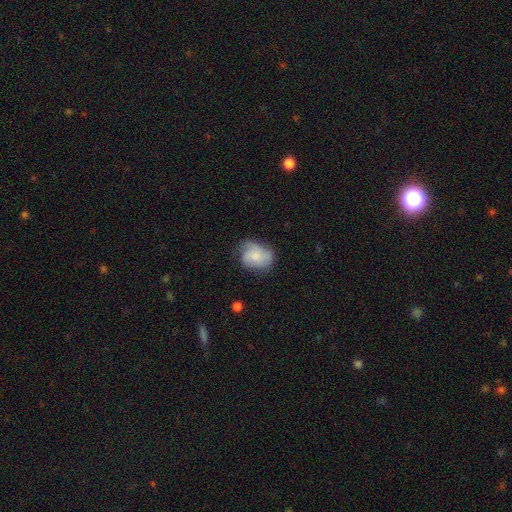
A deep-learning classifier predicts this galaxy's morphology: Smooth or featured?
  - smooth: 52% *
  - featured or disk: 40%
  - star or artifact: 8%
How rounded?
  - in between: 62% *
  - round: 37%
  - cigar-shaped: 1%
Merging?
  - none: 53% *
  - minor disturbance: 31%
  - major disturbance: 15%
  - merger: 2%